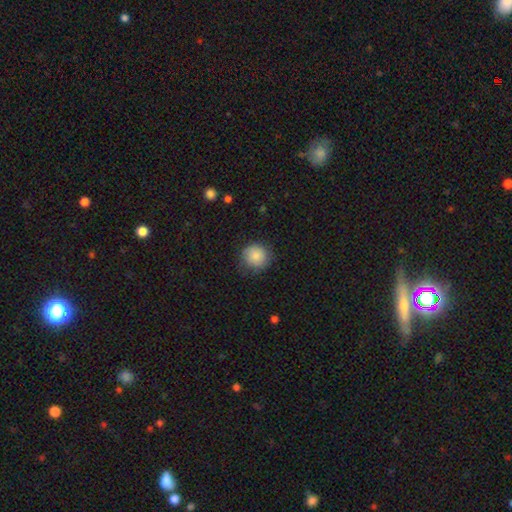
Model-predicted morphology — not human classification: Q: Smooth or featured?
A: smooth (83%); runner-up: featured or disk (10%)
Q: How rounded?
A: round (92%); runner-up: in between (7%)
Q: Merging?
A: none (79%); runner-up: minor disturbance (15%)